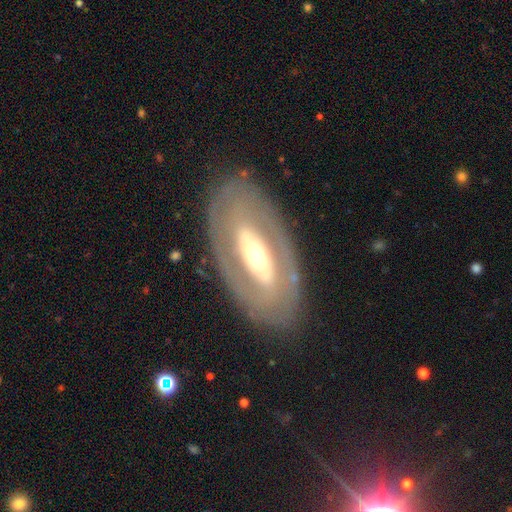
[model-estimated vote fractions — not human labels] Smooth or featured? featured or disk (72%)
Edge-on disk? no (88%)
Bar? strong (38%, tied with no)
Spiral arms? no (65%)
Bulge size? moderate (58%)
Merging? none (82%)